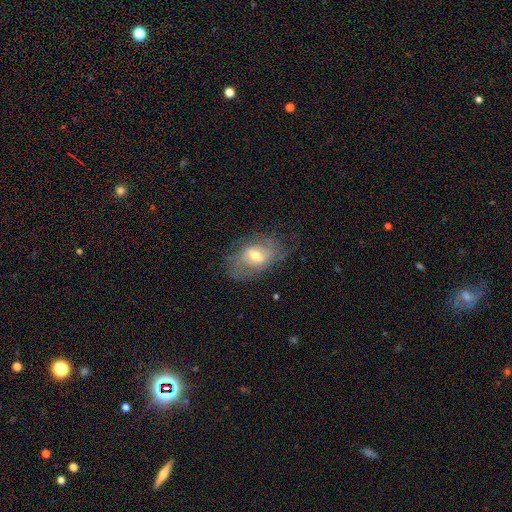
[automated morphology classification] Smooth or featured? Predicted: featured or disk (p=0.65). Edge-on disk? Predicted: no (p=0.94). Bar? Predicted: weak (p=0.54). Spiral arms? Predicted: yes (p=0.72). Bulge size? Predicted: moderate (p=0.67). Merging? Predicted: none (p=0.60).